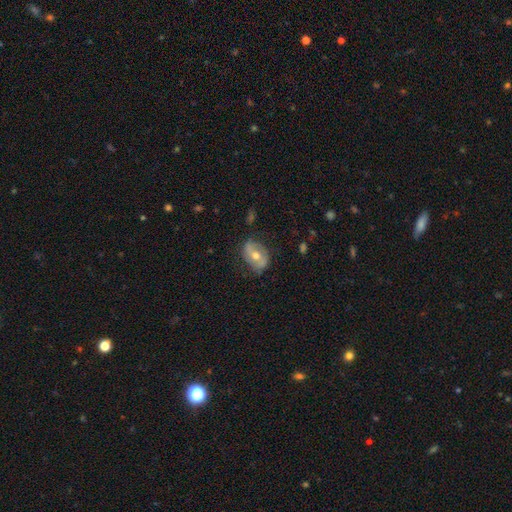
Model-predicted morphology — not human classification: Overall: featured or disk (53%; smooth 39%). Edge-on disk: no (92%). Merging: none (72%).